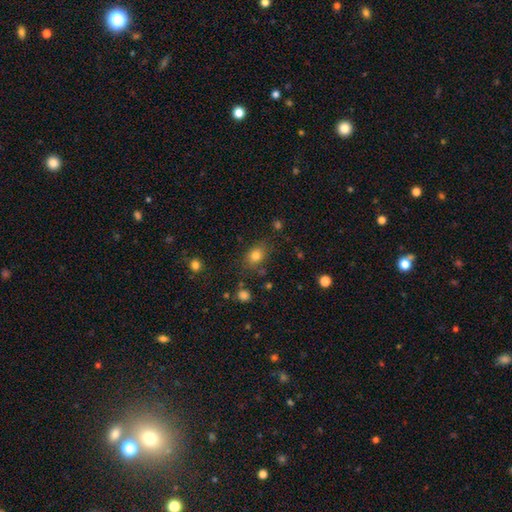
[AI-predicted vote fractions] A smooth galaxy with no disk features (80%) that is in between round and cigar-shaped (52%). Merging: none (75%).